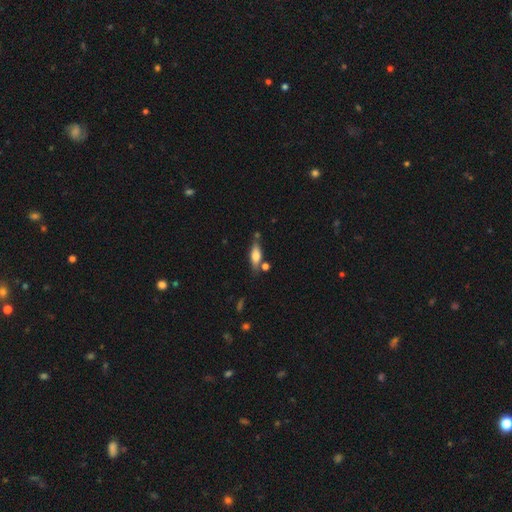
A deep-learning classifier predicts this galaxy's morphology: smooth-or-featured: smooth: 65% | featured or disk: 28% | star or artifact: 8%
  how-rounded: in between: 61% | cigar-shaped: 36% | round: 3%
  merging: none: 67% | minor disturbance: 18% | merger: 11% | major disturbance: 5%